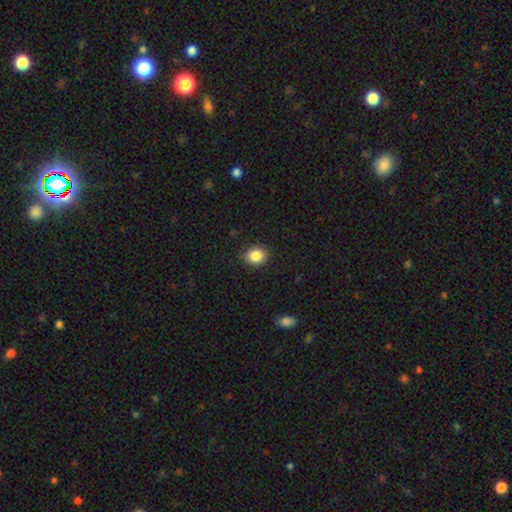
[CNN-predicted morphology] Q: Smooth or featured?
A: smooth (86%); runner-up: star or artifact (10%)
Q: How rounded?
A: round (69%); runner-up: in between (30%)
Q: Merging?
A: none (88%); runner-up: minor disturbance (9%)